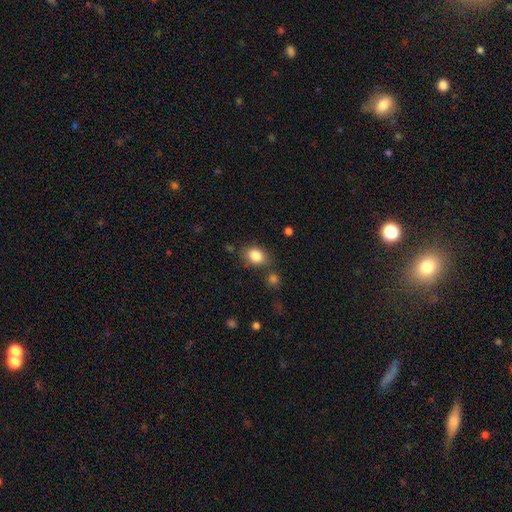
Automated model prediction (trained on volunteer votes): Morphology: type=smooth (84%); roundness=in between (65%); merging=none (73%).